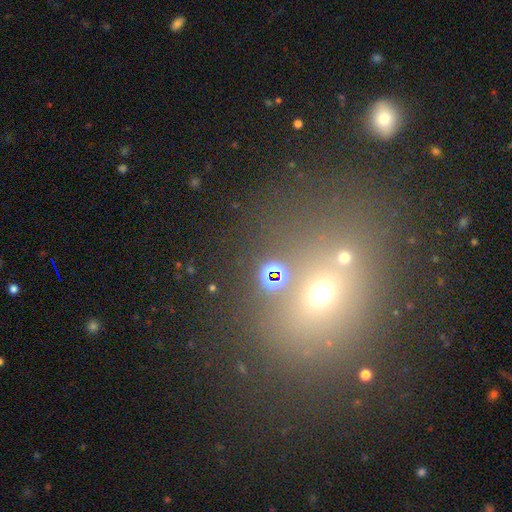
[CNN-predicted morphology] type=smooth (45%); merging=none (66%).